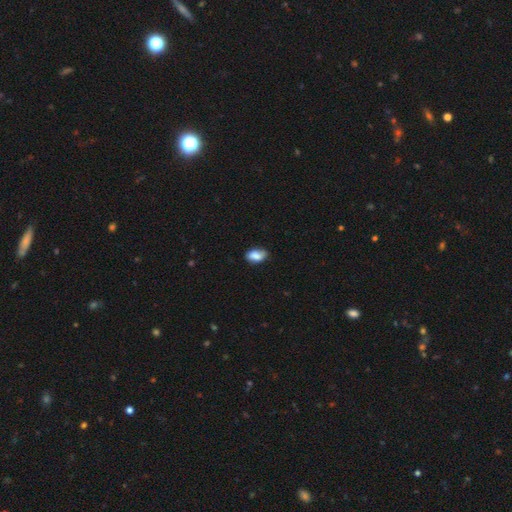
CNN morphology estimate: type=smooth (83%); roundness=in between (90%); merging=none (71%).